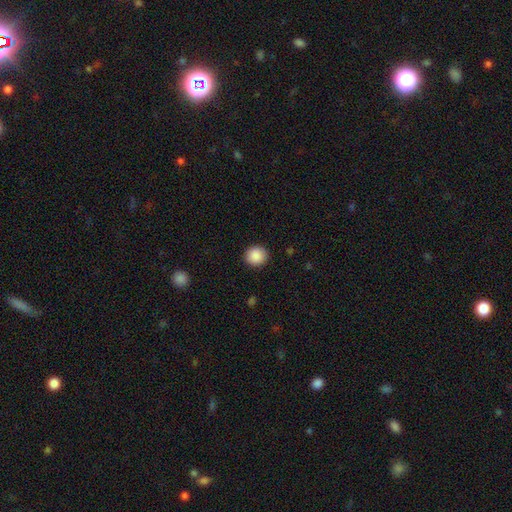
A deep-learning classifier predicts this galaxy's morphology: Smooth or featured: smooth — 89% (star or artifact — 8%)
How rounded: round — 89% (in between — 10%)
Merging: none — 91% (minor disturbance — 6%)